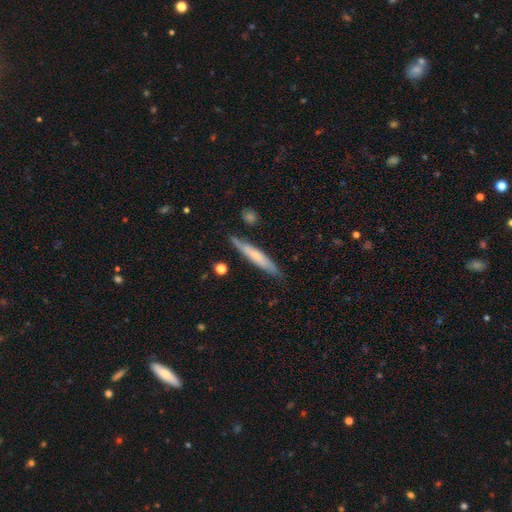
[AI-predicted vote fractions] The model was most divided on "smooth or featured": smooth: 52%, featured or disk: 42%, star or artifact: 6%. More confident: how rounded — cigar-shaped (93%); merging — none (80%).